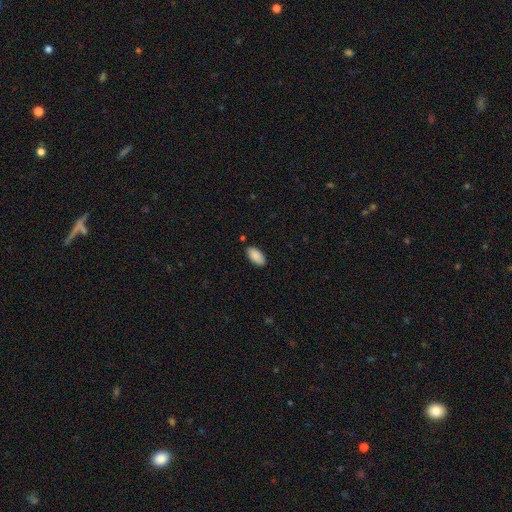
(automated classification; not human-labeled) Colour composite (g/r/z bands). It shows a smooth galaxy with no disk features (89%) that is in between round and cigar-shaped (94%). Merging: none (85%).